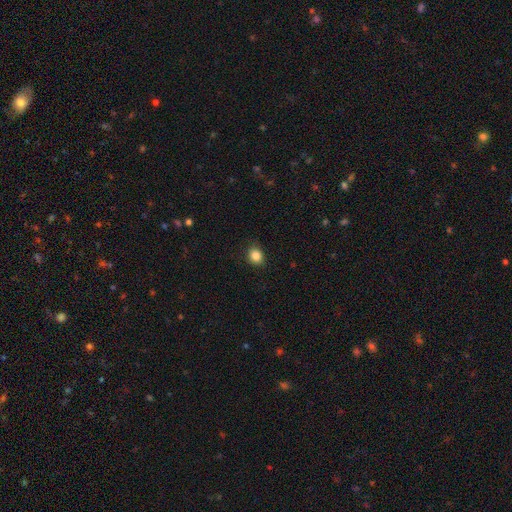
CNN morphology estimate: A smooth galaxy with no disk features (85%) that is round (67%).

Vote fractions:
- Smooth or featured? smooth: 85% / star or artifact: 10% / featured or disk: 4%
- How rounded? round: 67% / in between: 32% / cigar-shaped: 1%
- Merging? none: 85% / minor disturbance: 11% / major disturbance: 2% / merger: 1%